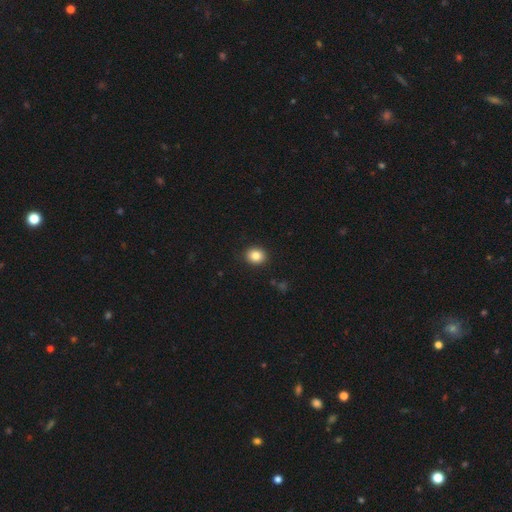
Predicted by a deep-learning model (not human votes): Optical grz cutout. It shows a smooth galaxy with no disk features (84%) that is round (71%). Merging: none (91%).